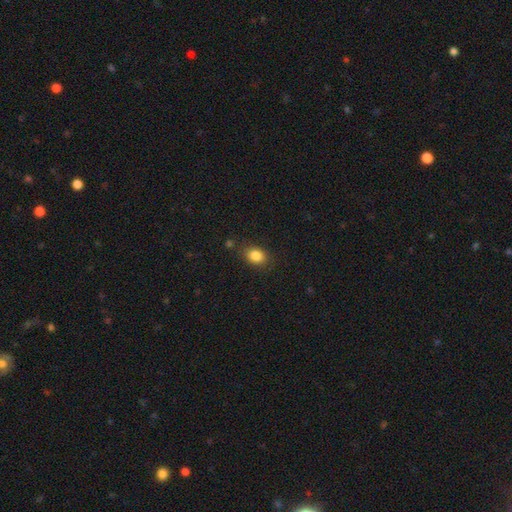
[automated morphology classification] Smooth or featured? Predicted: smooth (p=0.85). How rounded? Predicted: in between (p=0.60). Merging? Predicted: none (p=0.81).